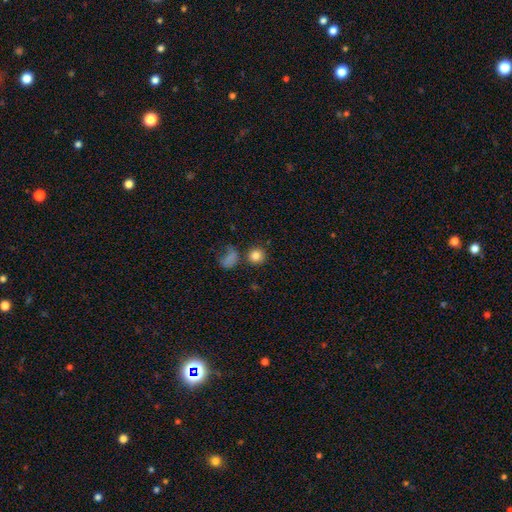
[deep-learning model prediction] Overall: smooth (82%). How rounded: round (90%). Merging: none (73%).